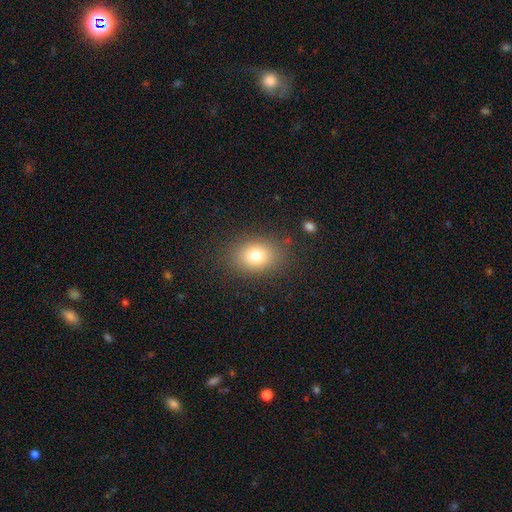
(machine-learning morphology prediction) Smooth or featured? Predicted: smooth (p=0.79). How rounded? Predicted: in between (p=0.67). Merging? Predicted: none (p=0.84).